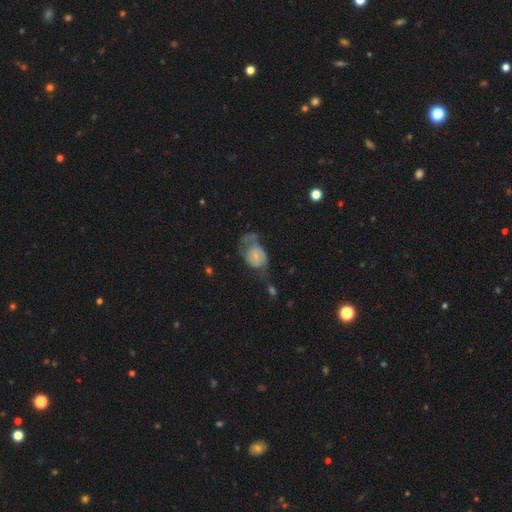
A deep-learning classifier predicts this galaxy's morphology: This is possibly a smooth galaxy (46%). Merging: marginally major disturbance (41%).